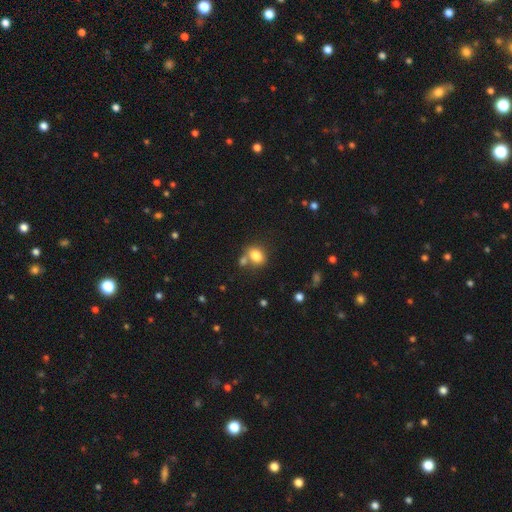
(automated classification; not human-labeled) smooth 82%, star or artifact 10%, featured or disk 8%. Down the decision tree: how rounded — in between (58%); merging — none (57%).